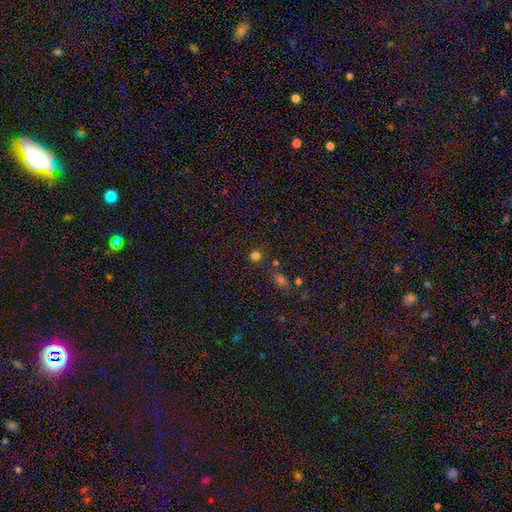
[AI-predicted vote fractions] Q: Smooth or featured?
A: smooth (76%); runner-up: star or artifact (20%)
Q: How rounded?
A: round (90%); runner-up: in between (9%)
Q: Merging?
A: none (83%); runner-up: minor disturbance (8%)